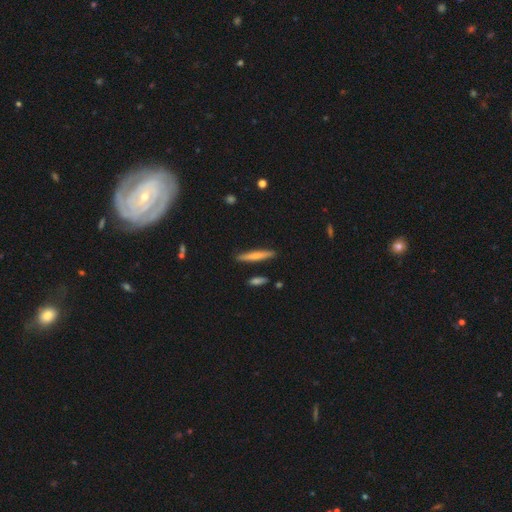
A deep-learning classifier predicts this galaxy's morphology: smooth 65%, featured or disk 29%, star or artifact 6%. Down the decision tree: how rounded — cigar-shaped (94%); merging — none (89%).